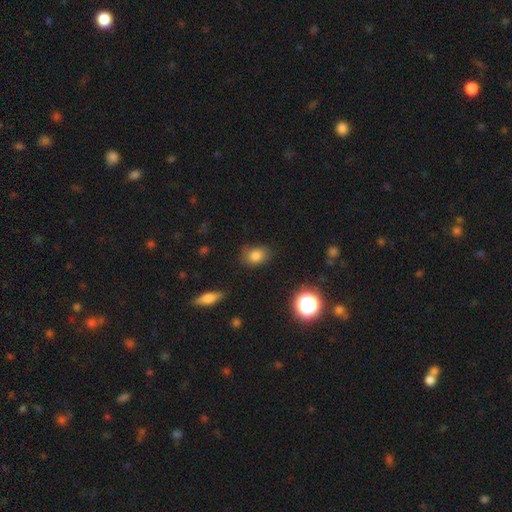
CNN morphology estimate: Q: Smooth or featured?
A: smooth (79%); runner-up: star or artifact (12%)
Q: How rounded?
A: in between (63%); runner-up: round (36%)
Q: Merging?
A: none (73%); runner-up: minor disturbance (21%)